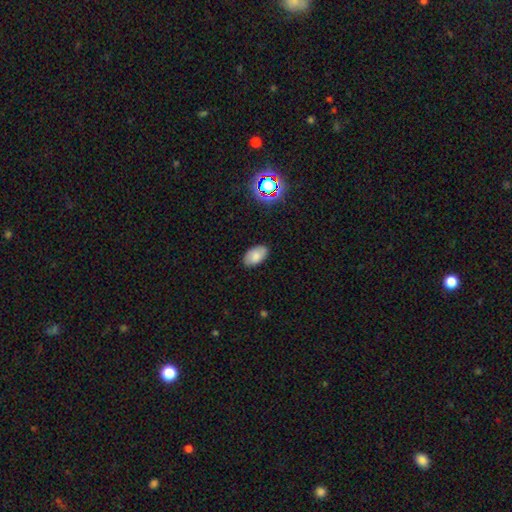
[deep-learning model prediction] smooth-or-featured: smooth: 80% | star or artifact: 10% | featured or disk: 10%
  how-rounded: in between: 94% | round: 5% | cigar-shaped: 1%
  merging: none: 84% | minor disturbance: 12% | major disturbance: 2% | merger: 1%